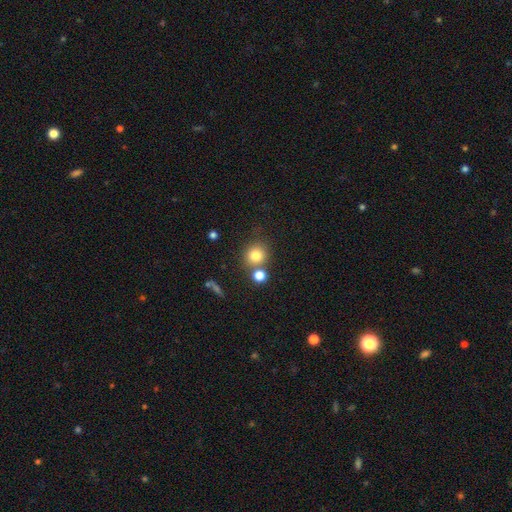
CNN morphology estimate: The model was most divided on "merging": none: 67%, merger: 20%, minor disturbance: 9%, major disturbance: 4%. More confident: how rounded — round (88%); smooth or featured — smooth (79%).